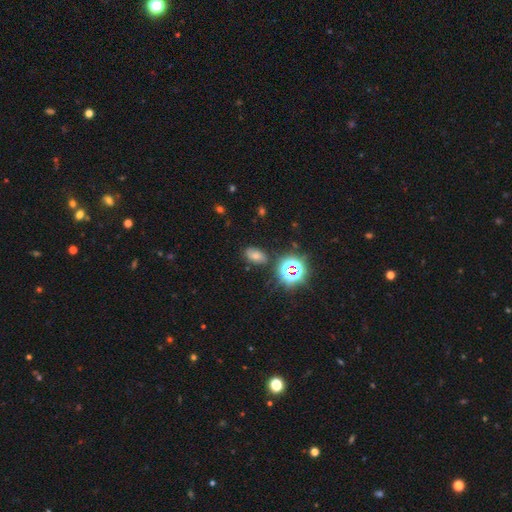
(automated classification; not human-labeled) A smooth galaxy with no disk features (51%) that is in between round and cigar-shaped (83%). Merging: none (78%).